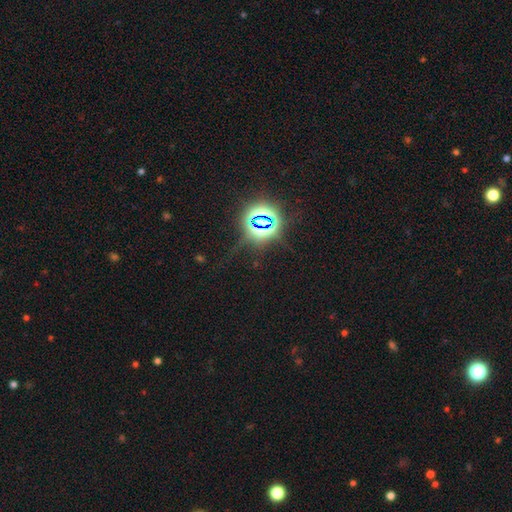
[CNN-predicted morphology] A star or artifact, not a galaxy (82%).

Vote fractions:
- Smooth or featured? star or artifact: 82% / smooth: 11% / featured or disk: 7%